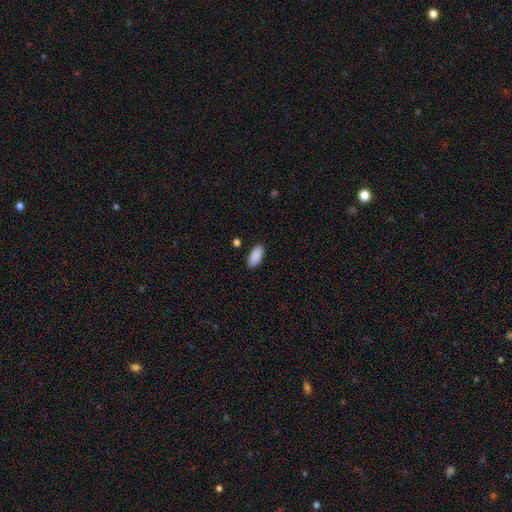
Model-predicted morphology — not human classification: Smooth or featured? Predicted: smooth (p=0.90). How rounded? Predicted: in between (p=0.90). Merging? Predicted: none (p=0.88).